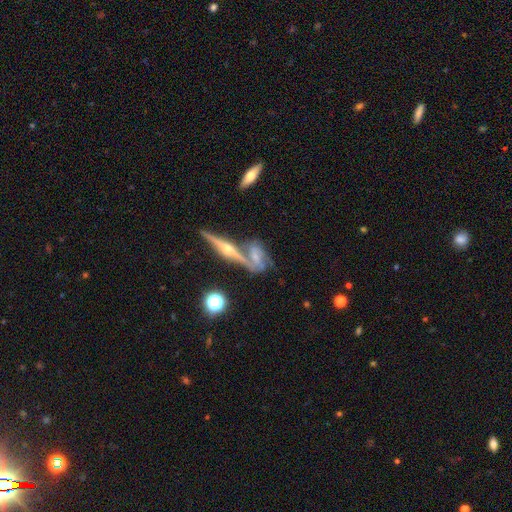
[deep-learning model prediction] This is likely a featured or disk galaxy (76%). It is possibly not viewed edge-on (52%). Merging: marginally merger (41%).